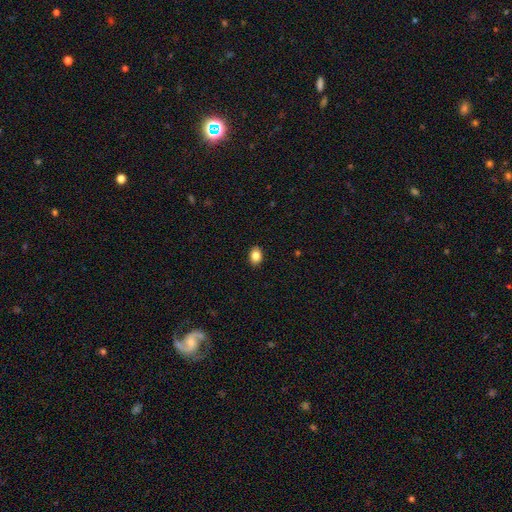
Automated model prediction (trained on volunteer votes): A smooth galaxy with no disk features (85%) that is in between round and cigar-shaped (74%).

Vote fractions:
- Smooth or featured? smooth: 85% / star or artifact: 9% / featured or disk: 6%
- How rounded? in between: 74% / round: 25% / cigar-shaped: 1%
- Merging? none: 90% / minor disturbance: 7% / major disturbance: 2% / merger: 1%